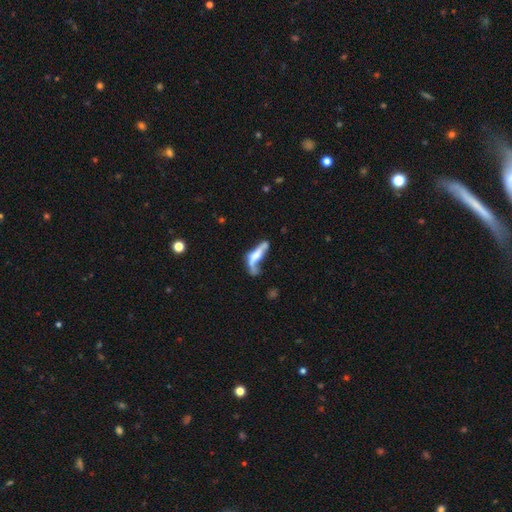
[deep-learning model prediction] Smooth or featured? Predicted: featured or disk (p=0.52). Edge-on disk? Predicted: no (p=0.54). Merging? Predicted: major disturbance (p=0.32).